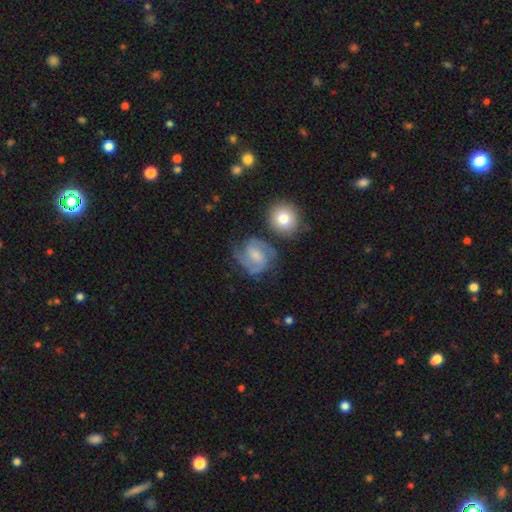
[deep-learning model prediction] Smooth or featured?
  - featured or disk: 72% *
  - smooth: 21%
  - star or artifact: 7%
Edge-on disk?
  - no: 98% *
  - yes: 2%
Bar?
  - weak: 52% *
  - no: 36%
  - strong: 12%
Spiral arms?
  - yes: 92% *
  - no: 8%
Spiral winding?
  - medium: 50% *
  - tight: 33%
  - loose: 17%
Spiral arm count?
  - 2: 67% *
  - can't tell: 14%
  - 3: 10%
  - 1: 4%
  - 4: 3%
  - more than 4: 2%
Bulge size?
  - small: 41% *
  - moderate: 36%
  - none: 16%
  - large: 5%
  - dominant: 2%
Merging?
  - none: 56% *
  - minor disturbance: 22%
  - major disturbance: 15%
  - merger: 7%